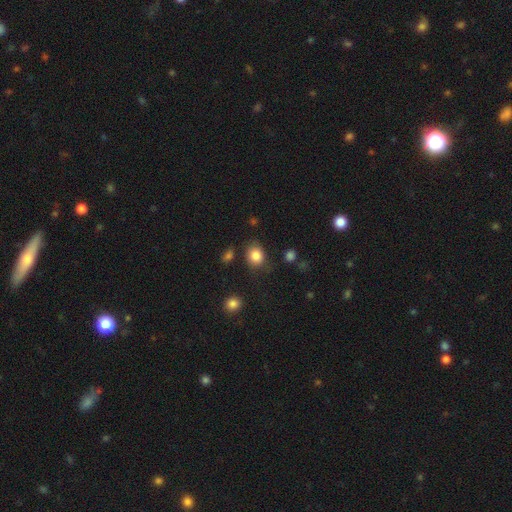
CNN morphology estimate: smooth 84%, star or artifact 10%, featured or disk 6%. Down the decision tree: how rounded — round (57%); merging — none (74%).